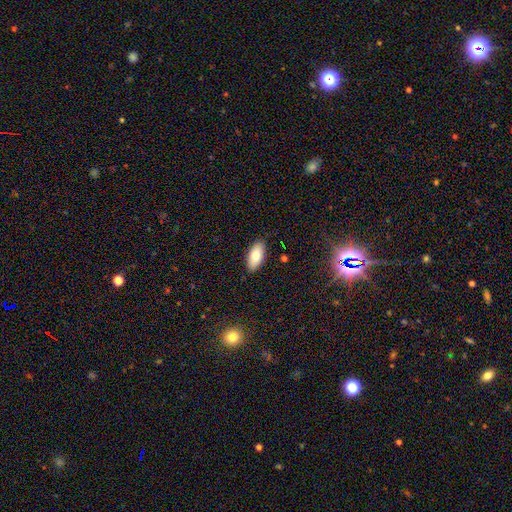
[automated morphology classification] A smooth galaxy with no disk features (78%) that is in between round and cigar-shaped (90%).

Vote fractions:
- Smooth or featured? smooth: 78% / featured or disk: 15% / star or artifact: 7%
- How rounded? in between: 90% / cigar-shaped: 8% / round: 2%
- Merging? none: 88% / minor disturbance: 9% / major disturbance: 2% / merger: 1%